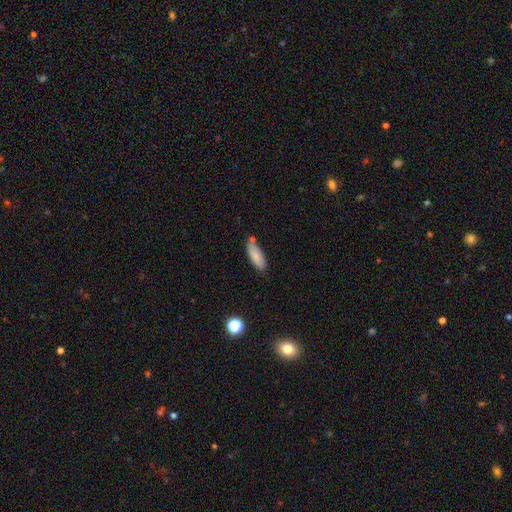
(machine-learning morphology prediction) A smooth galaxy with no disk features (85%) that is in between round and cigar-shaped (67%). Merging: none (66%).